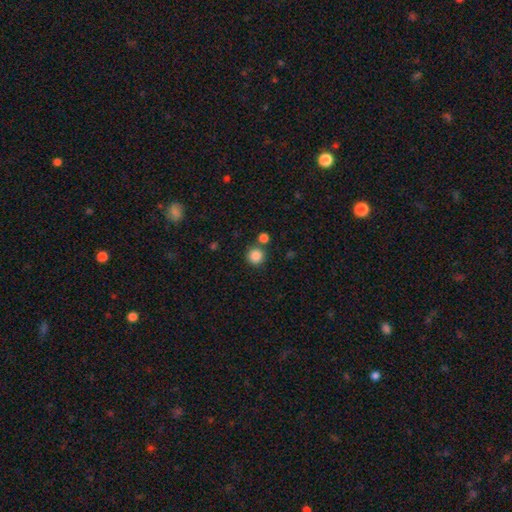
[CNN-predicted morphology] This is clearly a smooth galaxy (86%). How rounded: clearly round (94%). Merging: likely none (78%).